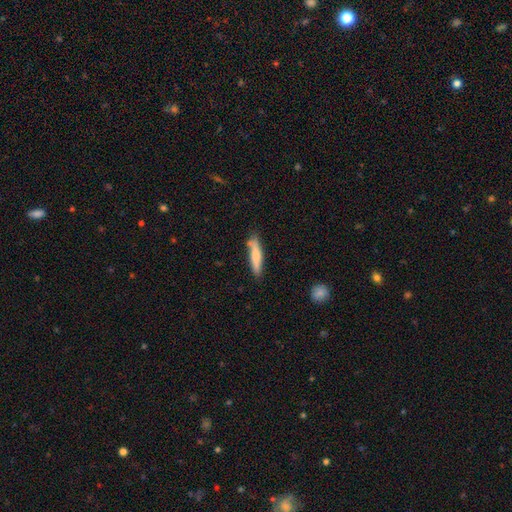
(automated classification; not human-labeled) smooth-or-featured: smooth: 73% | featured or disk: 21% | star or artifact: 6%
  how-rounded: cigar-shaped: 86% | in between: 13% | round: 1%
  merging: none: 72% | minor disturbance: 19% | merger: 5% | major disturbance: 4%